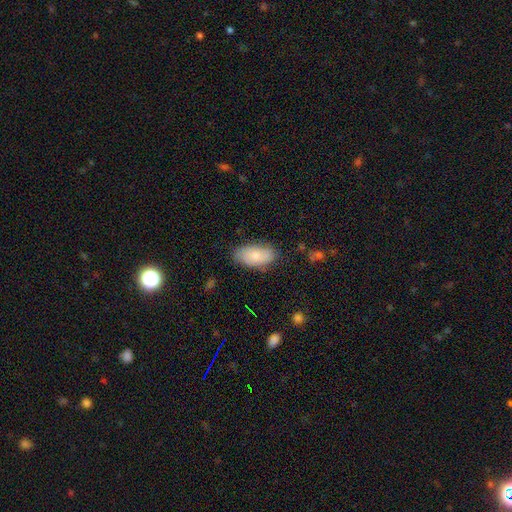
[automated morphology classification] A smooth galaxy with no disk features (80%) that is in between round and cigar-shaped (94%).

Vote fractions:
- Smooth or featured? smooth: 80% / featured or disk: 14% / star or artifact: 6%
- How rounded? in between: 94% / cigar-shaped: 3% / round: 3%
- Merging? none: 78% / minor disturbance: 16% / major disturbance: 4% / merger: 1%